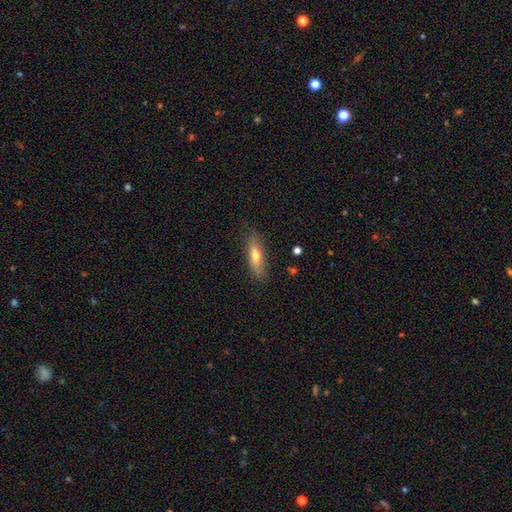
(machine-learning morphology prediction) smooth 61%, featured or disk 32%, star or artifact 7%. Down the decision tree: how rounded — cigar-shaped (53%); merging — none (81%).